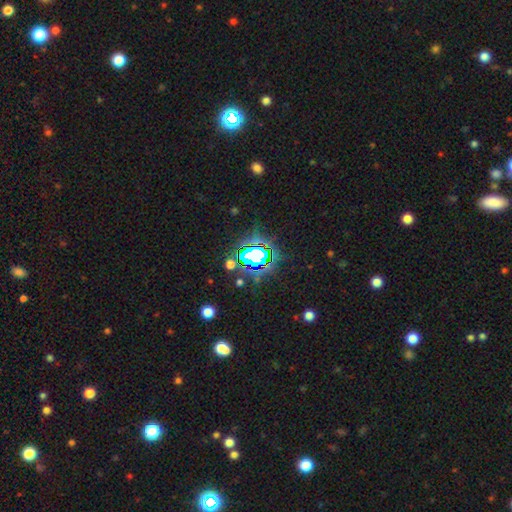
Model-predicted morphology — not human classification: smooth-or-featured: star or artifact: 72% | smooth: 17% | featured or disk: 11%